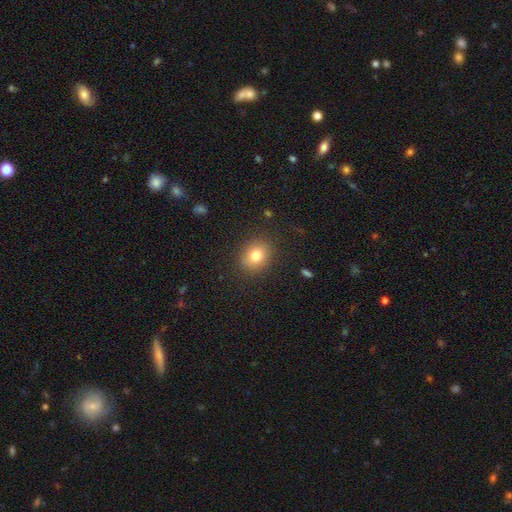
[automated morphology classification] type=smooth (78%); roundness=round (62%); merging=none (87%).